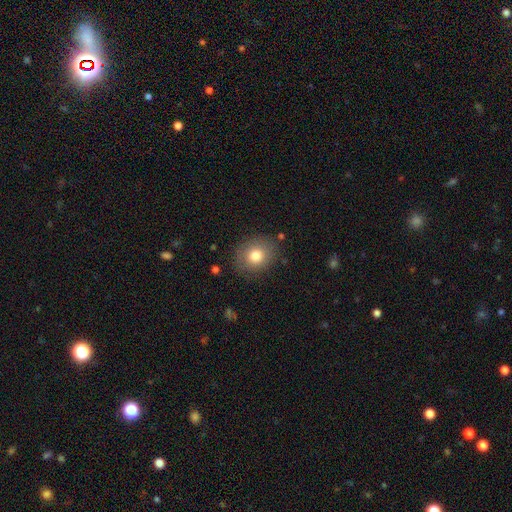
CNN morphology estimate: A smooth galaxy with no disk features (79%) that is round (65%). Merging: none (84%).